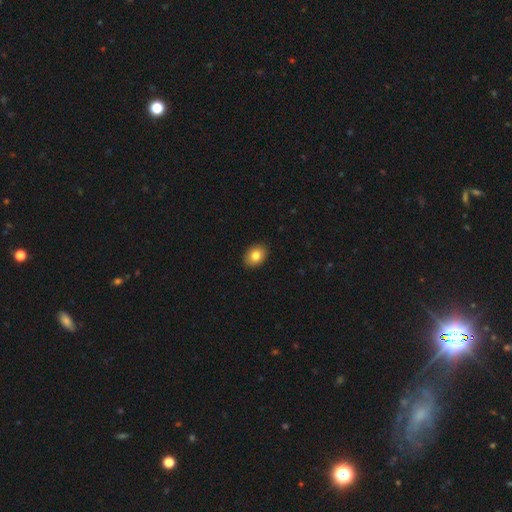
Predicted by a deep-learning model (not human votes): A smooth galaxy with no disk features (81%) that is in between round and cigar-shaped (68%).

Vote fractions:
- Smooth or featured? smooth: 81% / featured or disk: 10% / star or artifact: 9%
- How rounded? in between: 68% / round: 31% / cigar-shaped: 1%
- Merging? none: 90% / minor disturbance: 7% / major disturbance: 2% / merger: 1%